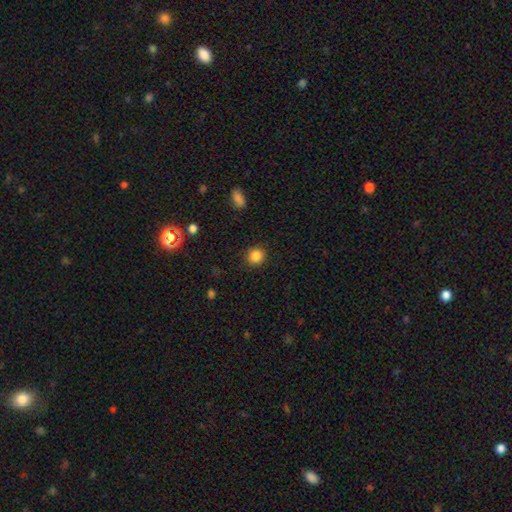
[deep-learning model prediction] Smooth or featured: smooth — 85% (star or artifact — 11%)
How rounded: round — 86% (in between — 13%)
Merging: none — 88% (minor disturbance — 8%)